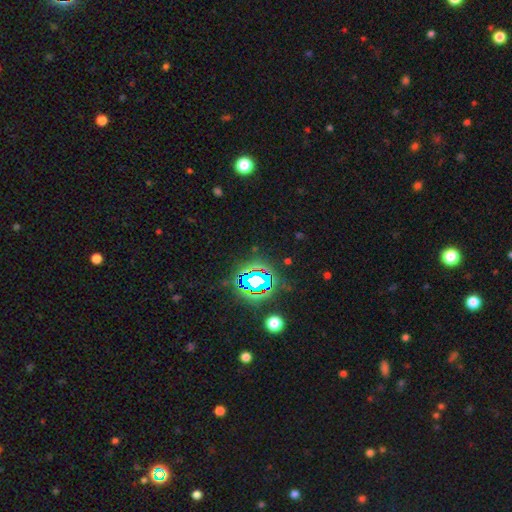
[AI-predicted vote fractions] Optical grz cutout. It shows a star or artifact, not a galaxy (78%).